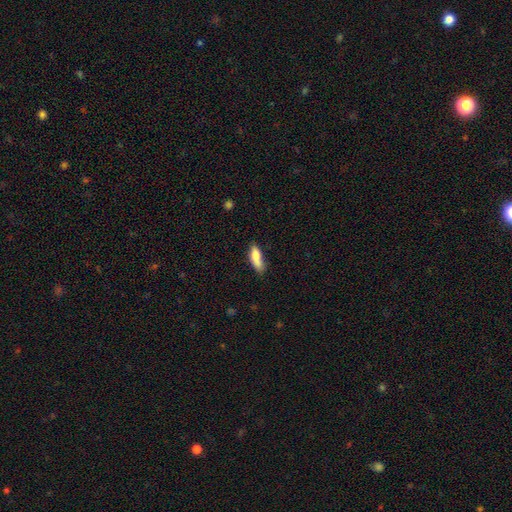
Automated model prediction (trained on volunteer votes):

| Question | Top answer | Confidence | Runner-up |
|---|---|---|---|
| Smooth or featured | smooth | 75% | featured or disk (19%) |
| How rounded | in between | 57% | cigar-shaped (40%) |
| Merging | none | 48% | minor disturbance (31%) |